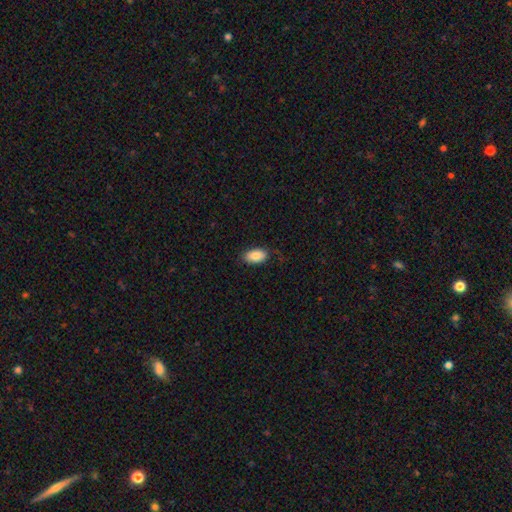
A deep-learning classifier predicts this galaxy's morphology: Smooth or featured?
  - smooth: 87% *
  - star or artifact: 7%
  - featured or disk: 7%
How rounded?
  - in between: 93% *
  - round: 4%
  - cigar-shaped: 3%
Merging?
  - none: 79% *
  - minor disturbance: 16%
  - major disturbance: 4%
  - merger: 1%